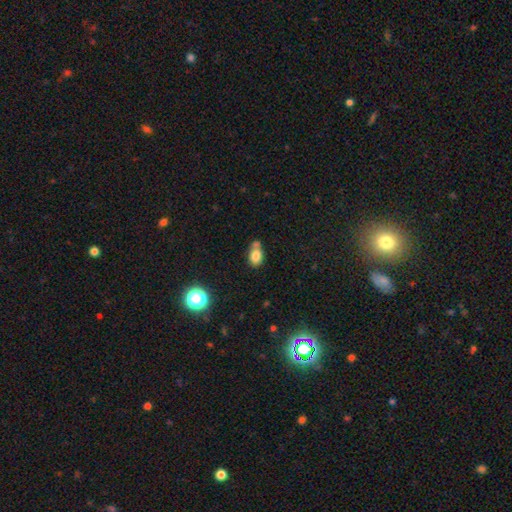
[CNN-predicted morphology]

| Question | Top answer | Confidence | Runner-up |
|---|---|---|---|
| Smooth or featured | smooth | 79% | star or artifact (11%) |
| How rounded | in between | 76% | round (22%) |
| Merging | none | 43% | merger (33%) |